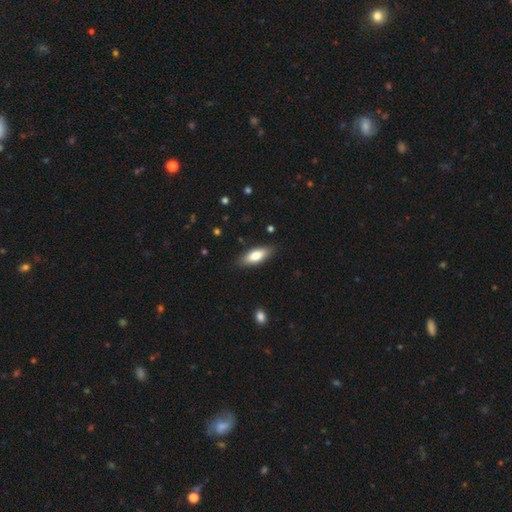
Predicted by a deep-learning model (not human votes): A smooth galaxy with no disk features (76%) that is in between round and cigar-shaped (72%). Merging: none (86%).